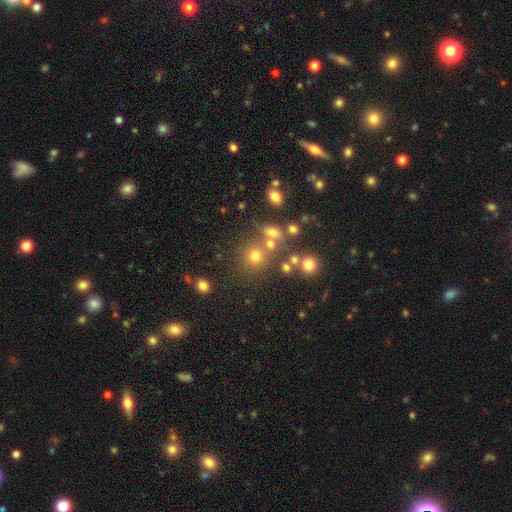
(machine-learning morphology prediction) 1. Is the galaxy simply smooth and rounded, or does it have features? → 63% smooth, 25% star or artifact, 12% featured or disk.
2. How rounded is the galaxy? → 88% round, 11% in between, 1% cigar-shaped.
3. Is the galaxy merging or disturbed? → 64% none, 20% merger, 10% minor disturbance, 5% major disturbance.